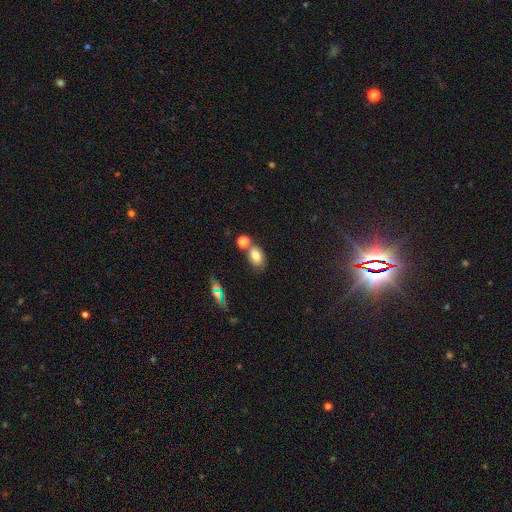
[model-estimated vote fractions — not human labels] Q: Smooth or featured?
A: smooth (73%); runner-up: featured or disk (13%)
Q: How rounded?
A: in between (76%); runner-up: round (23%)
Q: Merging?
A: none (58%); runner-up: merger (22%)